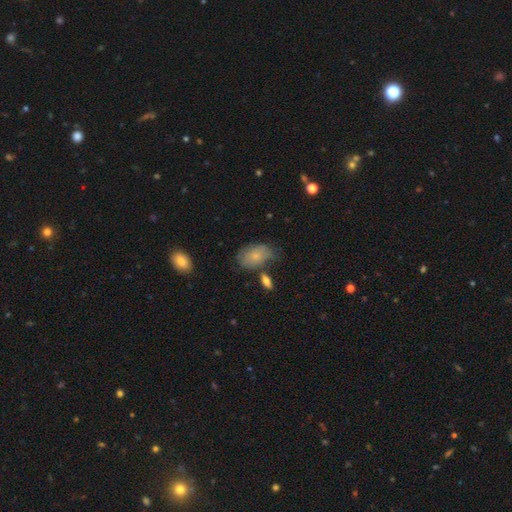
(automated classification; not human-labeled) Smooth or featured? smooth (73%)
How rounded? in between (90%)
Merging? none (56%)